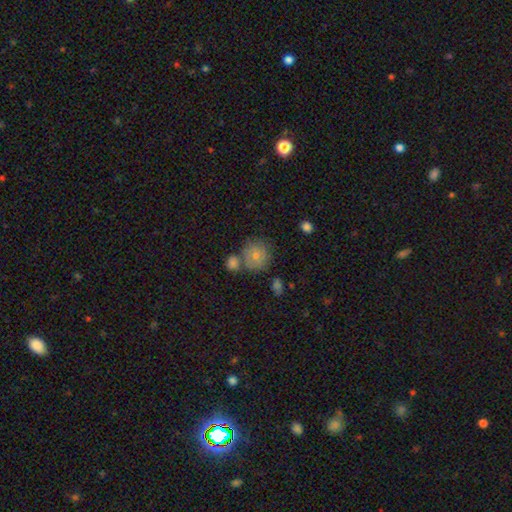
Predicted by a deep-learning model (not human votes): Smooth or featured?
  - smooth: 69% *
  - featured or disk: 18%
  - star or artifact: 14%
How rounded?
  - round: 87% *
  - in between: 12%
  - cigar-shaped: 1%
Merging?
  - none: 63% *
  - merger: 22%
  - minor disturbance: 12%
  - major disturbance: 4%